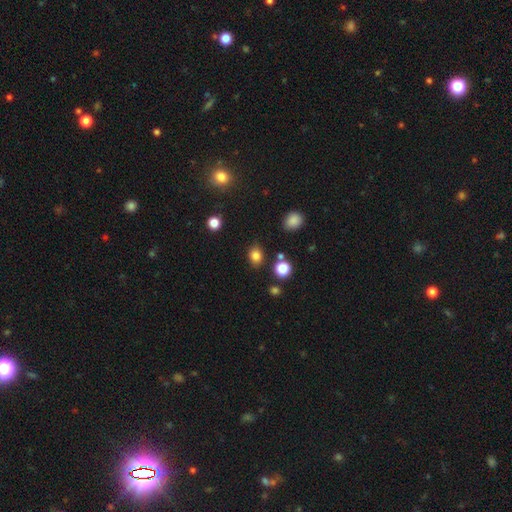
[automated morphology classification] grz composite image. It shows a smooth galaxy with no disk features (82%) that is round (51%). Merging: none (82%).